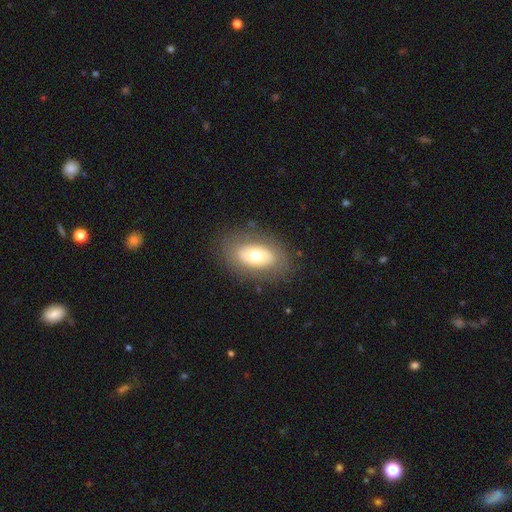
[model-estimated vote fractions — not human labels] Smooth or featured: smooth — 58% (featured or disk — 34%)
How rounded: in between — 88% (round — 10%)
Merging: none — 81% (minor disturbance — 12%)